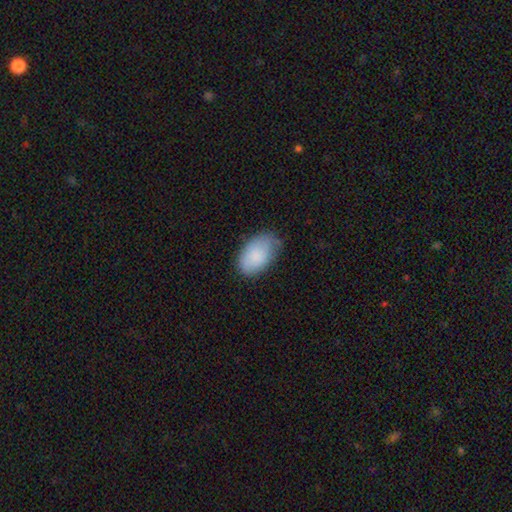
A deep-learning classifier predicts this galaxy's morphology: type=smooth (85%); roundness=in between (92%); merging=none (60%).